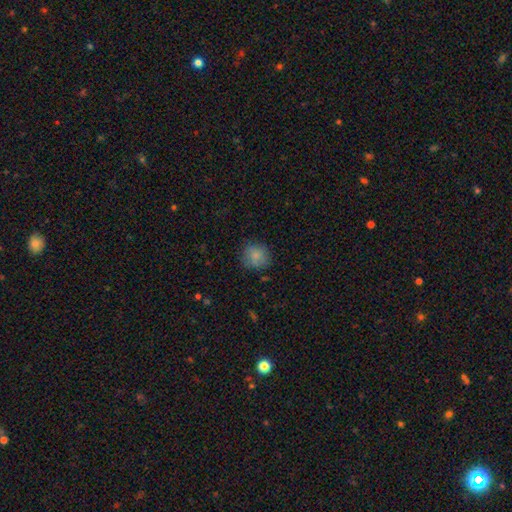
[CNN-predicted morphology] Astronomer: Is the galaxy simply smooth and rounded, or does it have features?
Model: smooth — 82%.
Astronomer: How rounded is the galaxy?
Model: round — 84%.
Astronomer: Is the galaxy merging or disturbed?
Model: none — 78%.